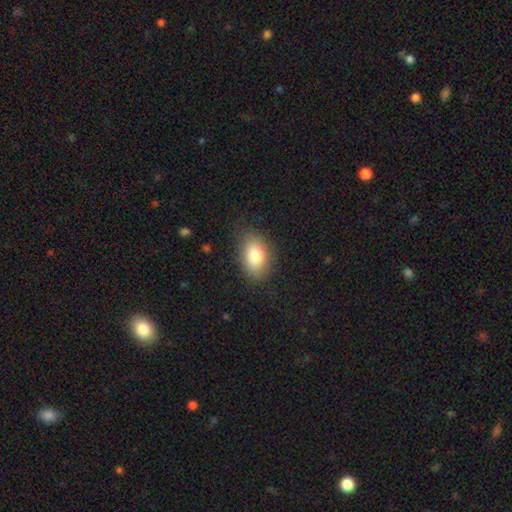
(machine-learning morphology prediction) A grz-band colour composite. It shows a smooth galaxy with no disk features (81%) that is in between round and cigar-shaped (84%). Merging: none (80%).